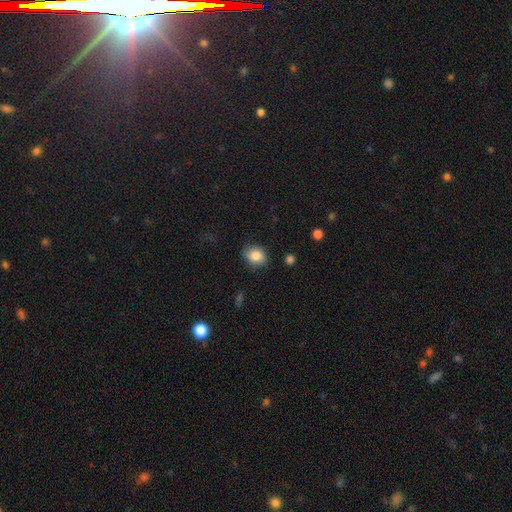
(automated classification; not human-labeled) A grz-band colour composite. It shows a smooth galaxy with no disk features (84%) that is round (54%). Merging: none (76%).